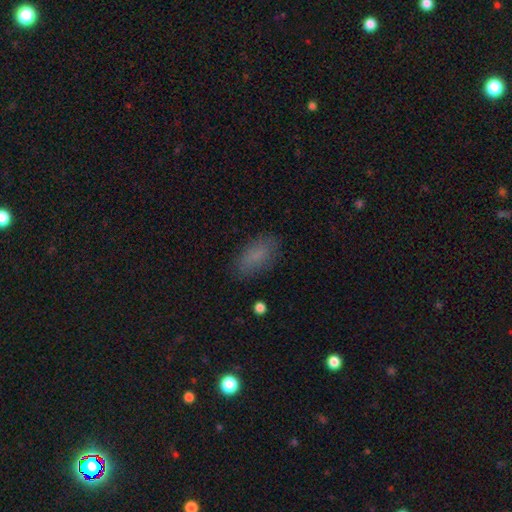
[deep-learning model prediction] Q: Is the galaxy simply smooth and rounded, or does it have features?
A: smooth — 81%.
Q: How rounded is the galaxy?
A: in between — 90%.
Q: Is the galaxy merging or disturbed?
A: none — 81%.